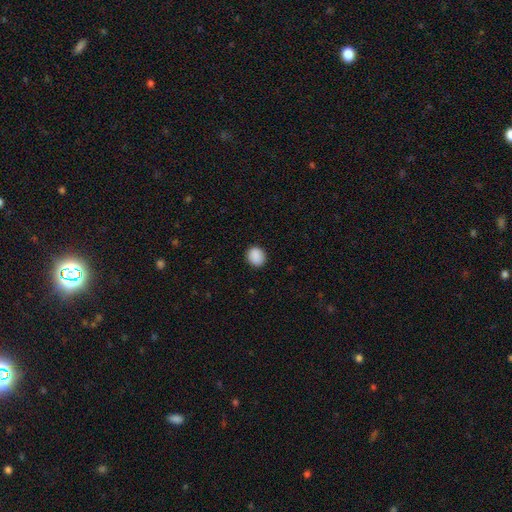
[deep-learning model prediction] Smooth or featured? Predicted: smooth (p=0.89). How rounded? Predicted: round (p=0.72). Merging? Predicted: none (p=0.89).